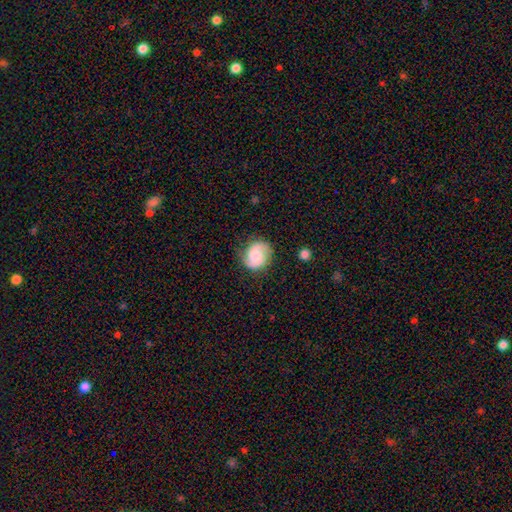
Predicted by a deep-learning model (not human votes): Morphology: type=featured or disk (60%); edge-on=no (98%); bar=no (57%); spiral arms=yes (94%); winding=medium (47%); arm count=2 (88%); bulge=moderate (41%); merging=none (76%).